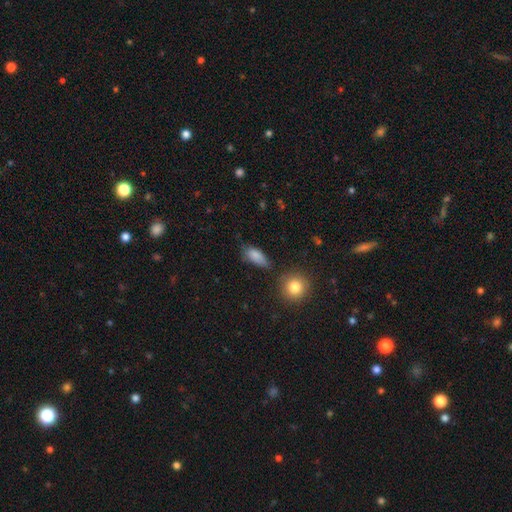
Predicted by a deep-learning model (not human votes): Overall: smooth (85%). How rounded: in between (82%). Merging: none (63%; minor disturbance 26%).